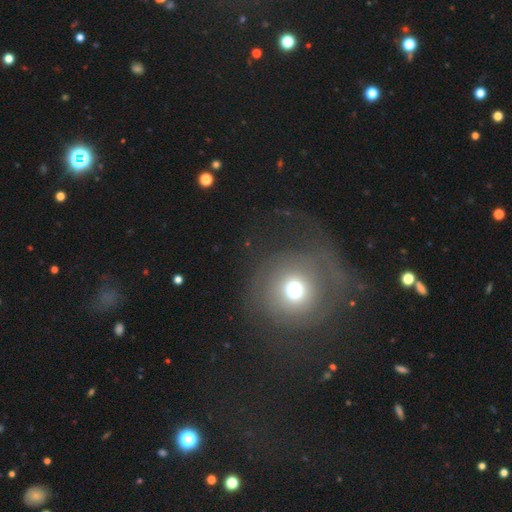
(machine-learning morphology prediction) This is possibly a smooth galaxy (51%). How rounded: clearly round (92%). Merging: possibly none (59%).